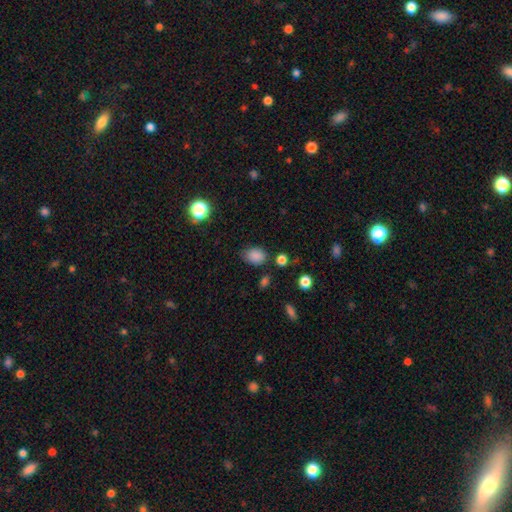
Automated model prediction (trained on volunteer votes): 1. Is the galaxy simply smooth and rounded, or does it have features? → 84% smooth, 12% star or artifact, 4% featured or disk.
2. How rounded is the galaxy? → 72% in between, 27% round, 1% cigar-shaped.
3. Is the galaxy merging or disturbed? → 69% none, 22% minor disturbance, 5% major disturbance, 4% merger.